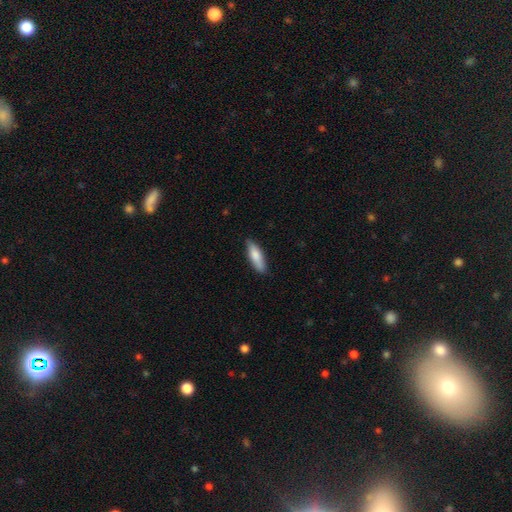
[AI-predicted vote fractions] Smooth or featured? smooth (81%)
How rounded? cigar-shaped (55%)
Merging? none (84%)